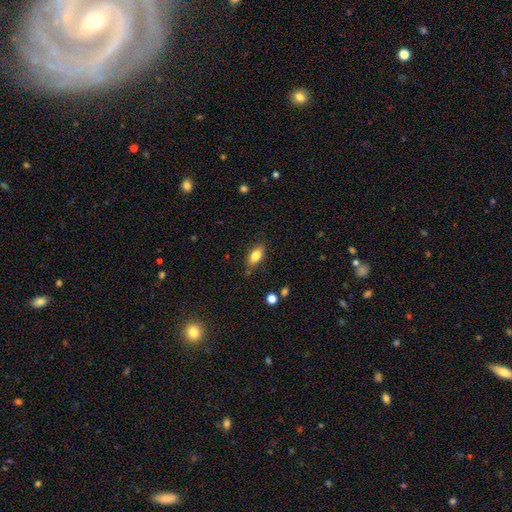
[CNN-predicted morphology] A smooth galaxy with no disk features (81%) that is in between round and cigar-shaped (85%). Merging: none (80%).